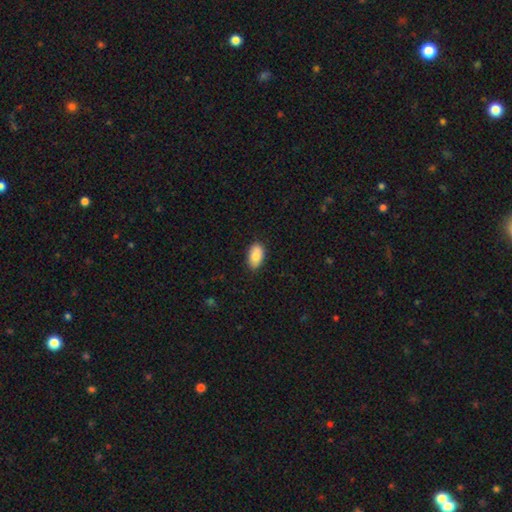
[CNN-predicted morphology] The model was most divided on "smooth or featured": smooth: 83%, featured or disk: 10%, star or artifact: 7%. More confident: how rounded — in between (93%); merging — none (85%).